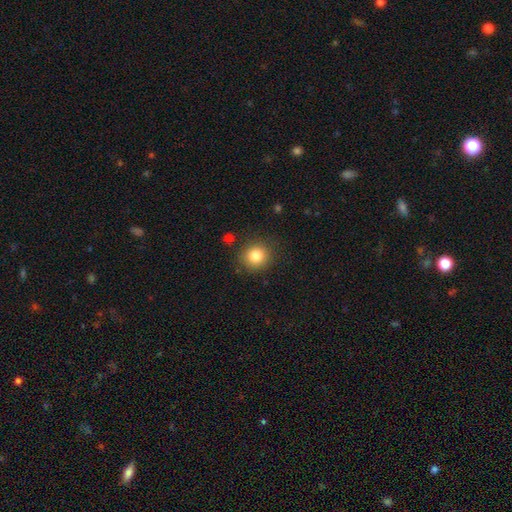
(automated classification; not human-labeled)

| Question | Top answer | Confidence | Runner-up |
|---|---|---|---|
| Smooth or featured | smooth | 84% | star or artifact (11%) |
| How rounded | round | 87% | in between (12%) |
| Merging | none | 86% | minor disturbance (9%) |